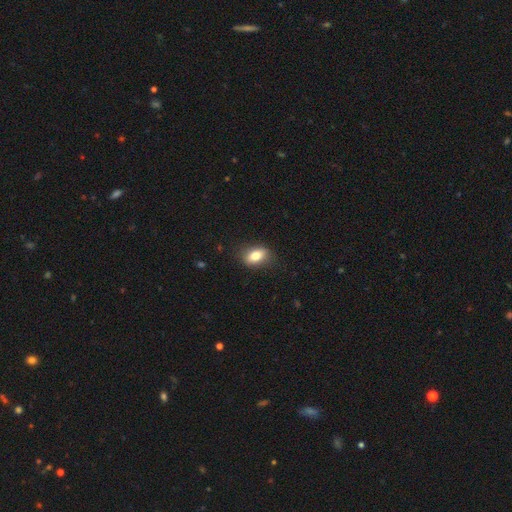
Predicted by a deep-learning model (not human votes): Smooth or featured? smooth (79%)
How rounded? in between (83%)
Merging? none (83%)